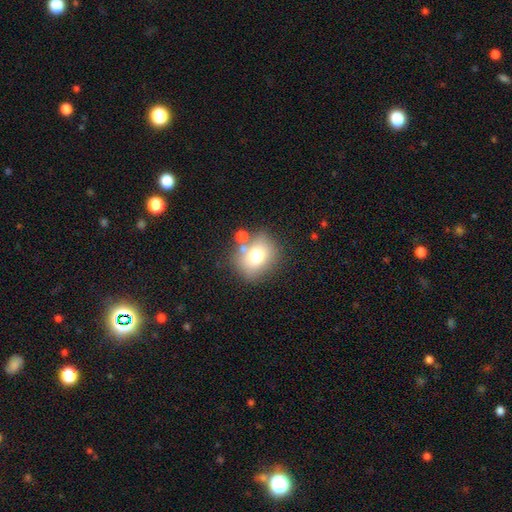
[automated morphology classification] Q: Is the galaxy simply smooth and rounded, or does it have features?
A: smooth — 70%.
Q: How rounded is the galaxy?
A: round — 68%.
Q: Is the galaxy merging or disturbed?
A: none — 69%.